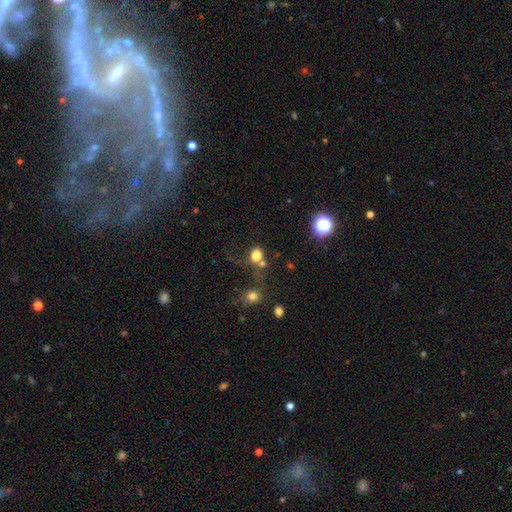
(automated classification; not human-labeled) This is likely a smooth galaxy (74%). How rounded: likely round (73%). Merging: marginally none (40%).